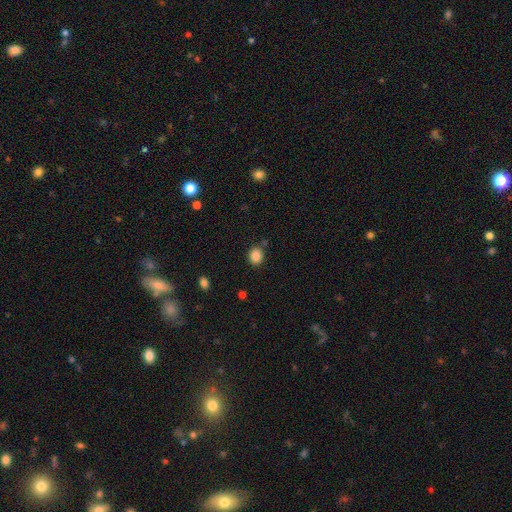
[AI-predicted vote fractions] Smooth or featured? Predicted: smooth (p=0.86). How rounded? Predicted: round (p=0.66). Merging? Predicted: none (p=0.82).